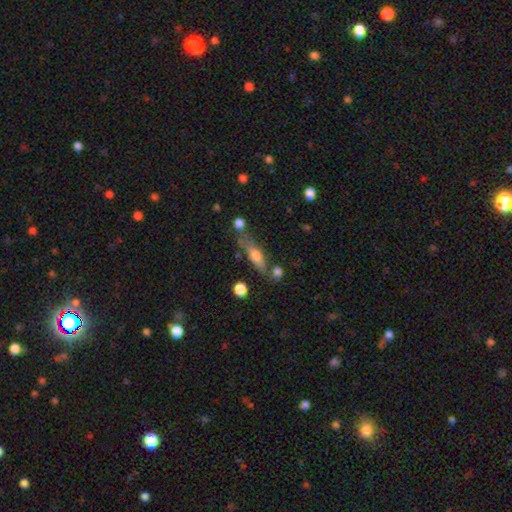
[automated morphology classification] type=smooth (55%); roundness=cigar-shaped (63%); merging=none (57%).